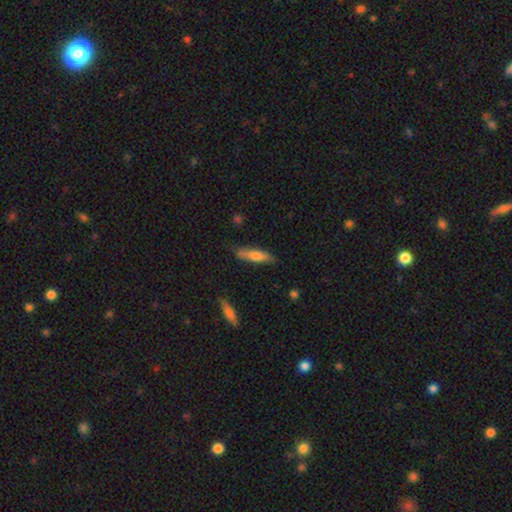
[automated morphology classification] type=smooth (67%); roundness=cigar-shaped (73%); merging=none (75%).